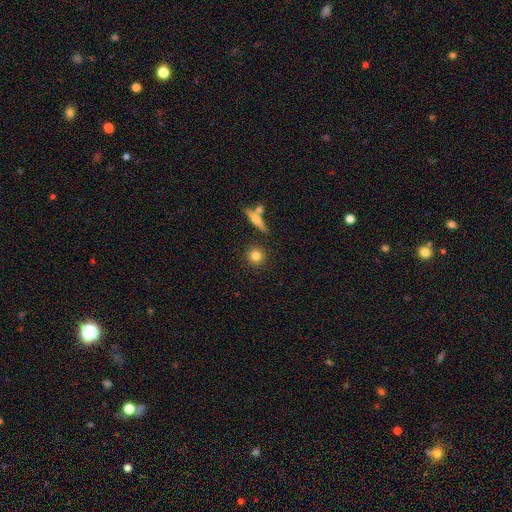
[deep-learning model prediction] smooth-or-featured: smooth: 80% | featured or disk: 11% | star or artifact: 9%
  how-rounded: round: 91% | in between: 7% | cigar-shaped: 2%
  merging: none: 84% | minor disturbance: 7% | merger: 6% | major disturbance: 2%